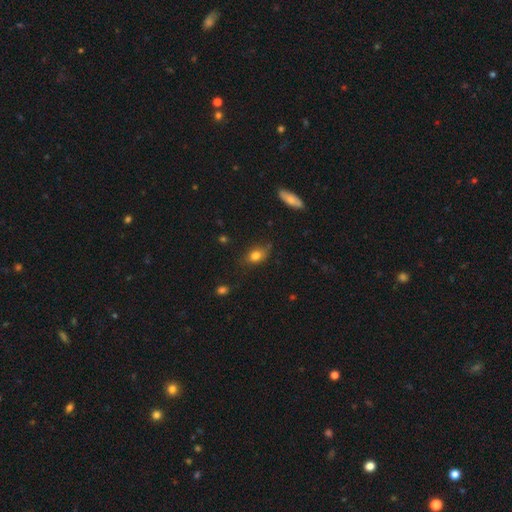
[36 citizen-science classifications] smooth_or_featured: smooth (p=0.89) [alt: featured or disk p=0.06]
how_rounded: in between (p=0.81) [alt: round p=0.16]
merging: none (p=0.71) [alt: minor disturbance p=0.18]